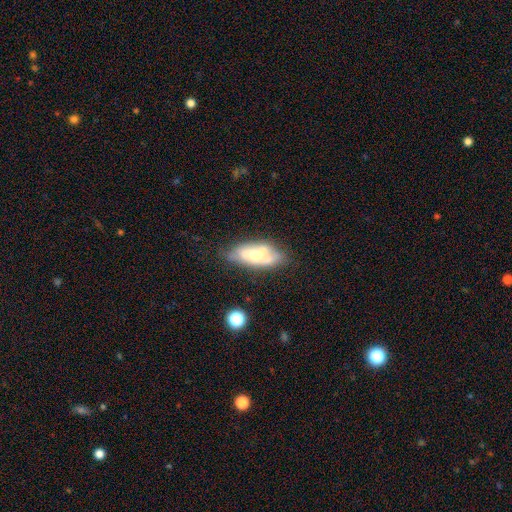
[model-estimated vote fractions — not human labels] The model was most divided on "smooth or featured" (2-way tie): featured or disk: 46%, smooth: 46%, star or artifact: 8%. Remaining: merging — none (50%).